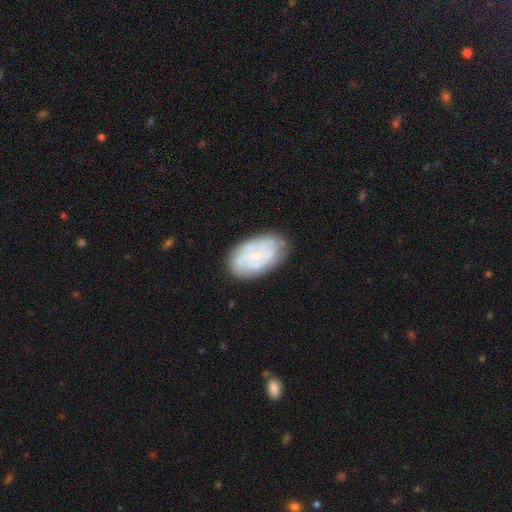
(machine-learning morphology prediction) smooth-or-featured: featured or disk: 53% | smooth: 39% | star or artifact: 8%
  disk-edge-on: no: 96% | yes: 4%
    bar: no: 80% | weak: 17% | strong: 3%
    has-spiral-arms: yes: 64% | no: 36%
    bulge-size: small: 67% | none: 16% | moderate: 14% | large: 1% | dominant: 1%
  merging: none: 75% | minor disturbance: 18% | major disturbance: 5% | merger: 2%